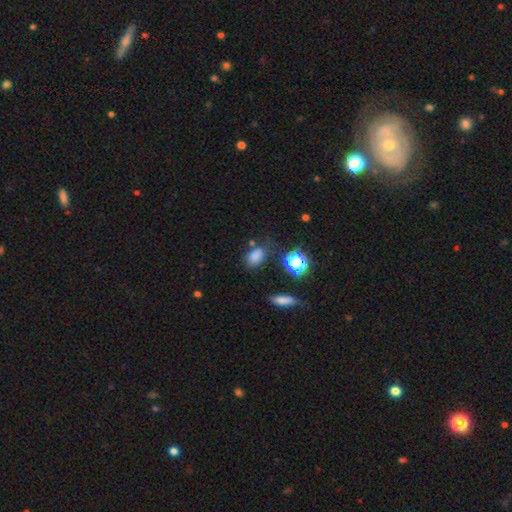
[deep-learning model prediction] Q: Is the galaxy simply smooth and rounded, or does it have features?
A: smooth — 76%.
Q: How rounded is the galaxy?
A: in between — 80%.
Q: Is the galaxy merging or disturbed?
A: none — 65%.